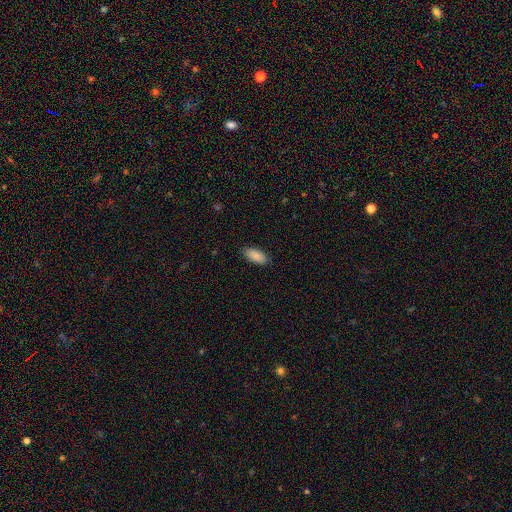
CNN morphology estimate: smooth 90%, star or artifact 6%, featured or disk 4%. Down the decision tree: how rounded — in between (90%); merging — none (86%).